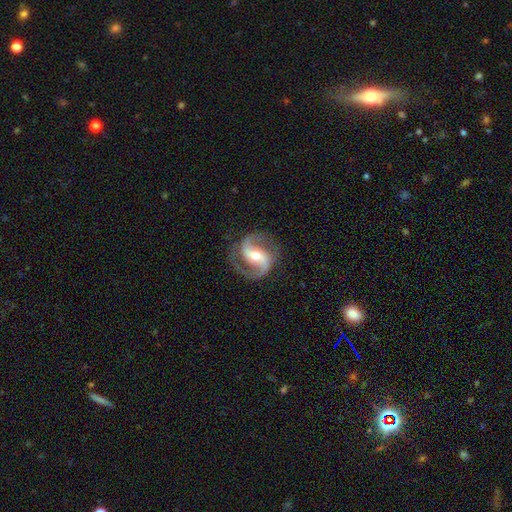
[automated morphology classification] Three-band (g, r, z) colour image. It shows a featured or disk galaxy (90%) with a weak bar (37%), 2 (93%) medium (57%) spiral arms (98%) and a moderate central bulge (60%). Merging: none (82%).